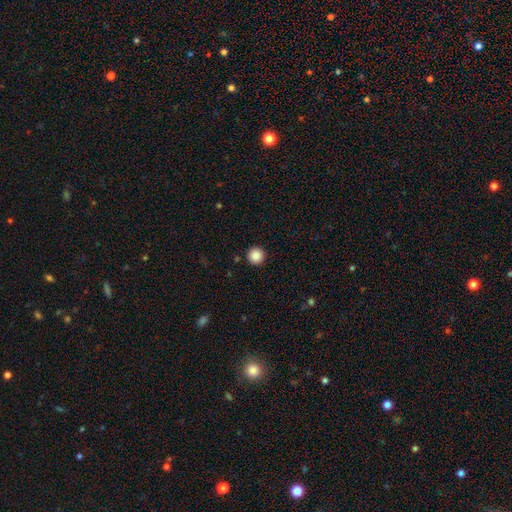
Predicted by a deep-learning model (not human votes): A smooth galaxy with no disk features (87%) that is round (96%).

Vote fractions:
- Smooth or featured? smooth: 87% / star or artifact: 10% / featured or disk: 3%
- How rounded? round: 96% / in between: 3% / cigar-shaped: 1%
- Merging? none: 93% / minor disturbance: 4% / major disturbance: 2% / merger: 1%